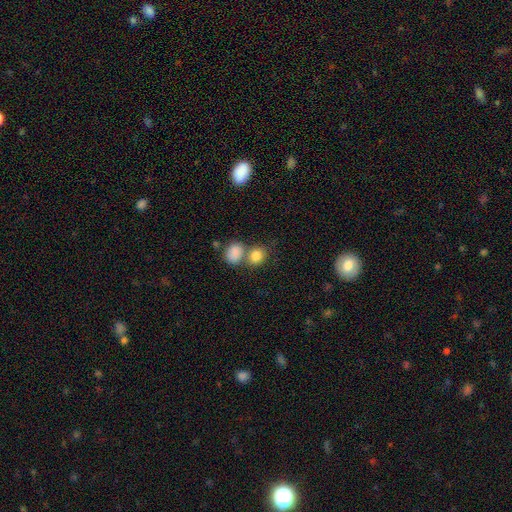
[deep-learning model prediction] Smooth or featured?
  - smooth: 83% *
  - star or artifact: 10%
  - featured or disk: 7%
How rounded?
  - round: 66% *
  - in between: 33%
  - cigar-shaped: 1%
Merging?
  - none: 48% *
  - merger: 39%
  - minor disturbance: 9%
  - major disturbance: 4%